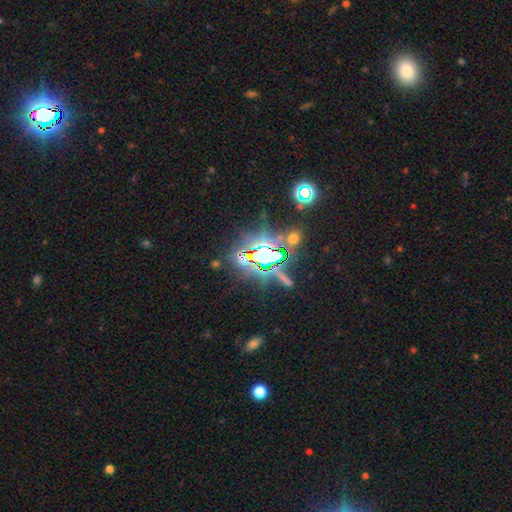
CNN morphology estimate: Smooth or featured: star or artifact — 73% (smooth — 16%)